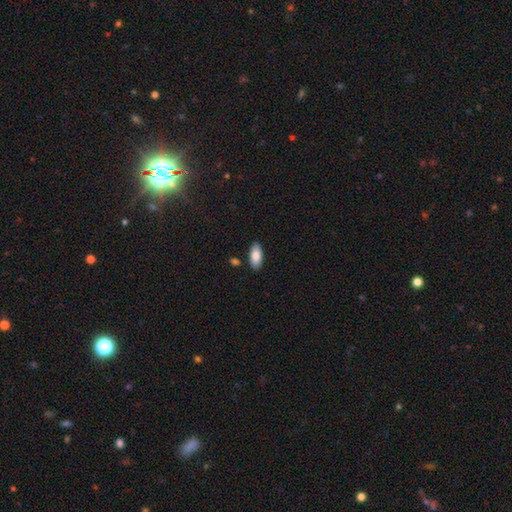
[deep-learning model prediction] A smooth galaxy with no disk features (86%) that is in between round and cigar-shaped (90%).

Vote fractions:
- Smooth or featured? smooth: 86% / featured or disk: 8% / star or artifact: 6%
- How rounded? in between: 90% / cigar-shaped: 8% / round: 2%
- Merging? none: 86% / minor disturbance: 9% / merger: 3% / major disturbance: 2%